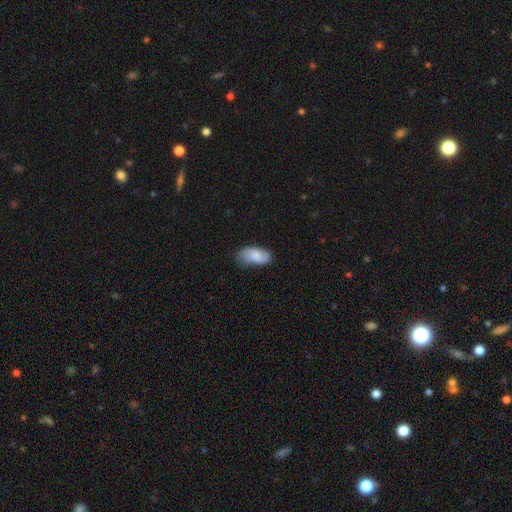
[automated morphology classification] Smooth or featured?
  - smooth: 72% *
  - featured or disk: 22%
  - star or artifact: 7%
How rounded?
  - in between: 93% *
  - cigar-shaped: 4%
  - round: 3%
Merging?
  - none: 64% *
  - minor disturbance: 28%
  - major disturbance: 7%
  - merger: 1%